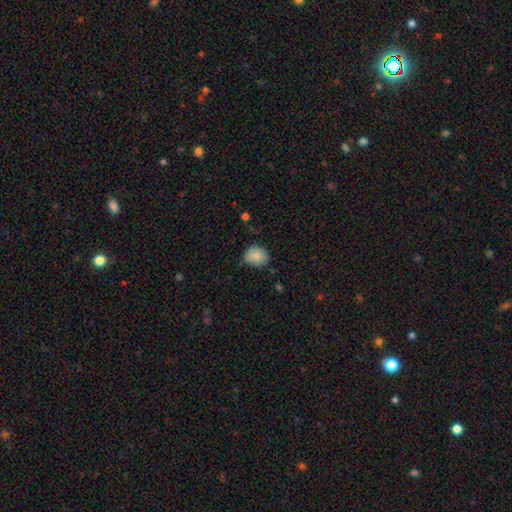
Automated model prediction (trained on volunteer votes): smooth-or-featured: smooth: 86% | star or artifact: 8% | featured or disk: 6%
  how-rounded: round: 70% | in between: 29% | cigar-shaped: 1%
  merging: none: 70% | minor disturbance: 25% | major disturbance: 4% | merger: 2%